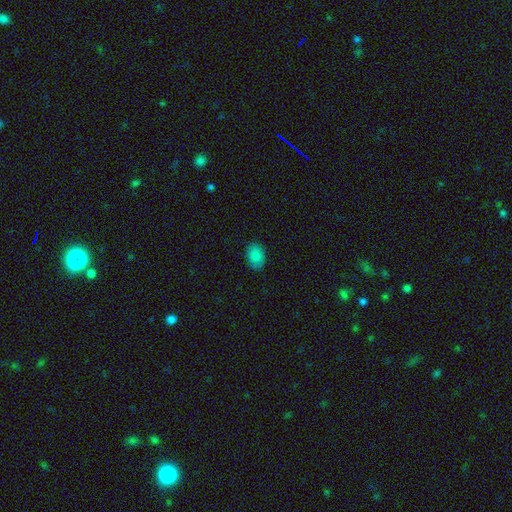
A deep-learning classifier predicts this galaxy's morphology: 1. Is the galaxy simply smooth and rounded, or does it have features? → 86% smooth, 9% star or artifact, 5% featured or disk.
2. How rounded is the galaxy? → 79% in between, 19% round, 1% cigar-shaped.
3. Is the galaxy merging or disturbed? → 86% none, 11% minor disturbance, 2% major disturbance, 1% merger.